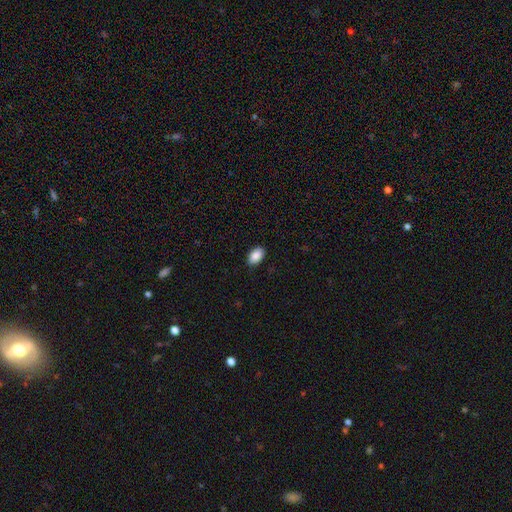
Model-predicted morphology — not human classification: smooth 89%, star or artifact 7%, featured or disk 4%. Down the decision tree: how rounded — in between (93%); merging — none (88%).